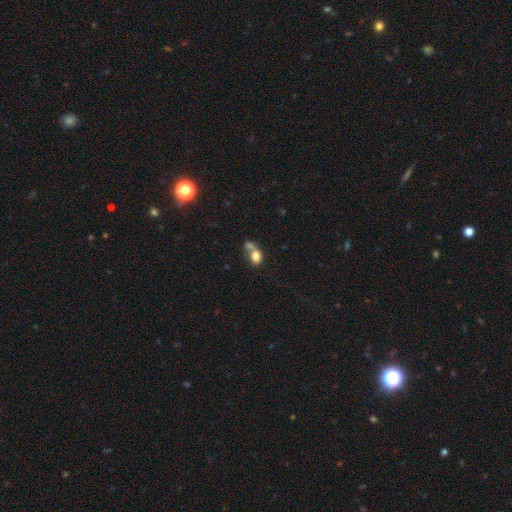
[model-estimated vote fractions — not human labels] Morphology: type=smooth (76%); roundness=in between (62%); merging=merger (56%).